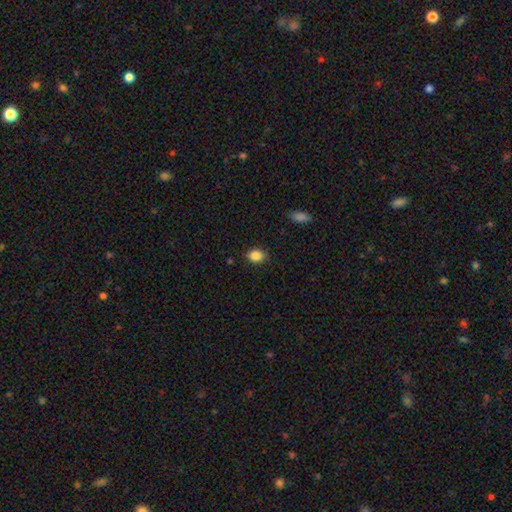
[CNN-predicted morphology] A smooth galaxy with no disk features (86%) that is in between round and cigar-shaped (70%). Merging: none (87%).